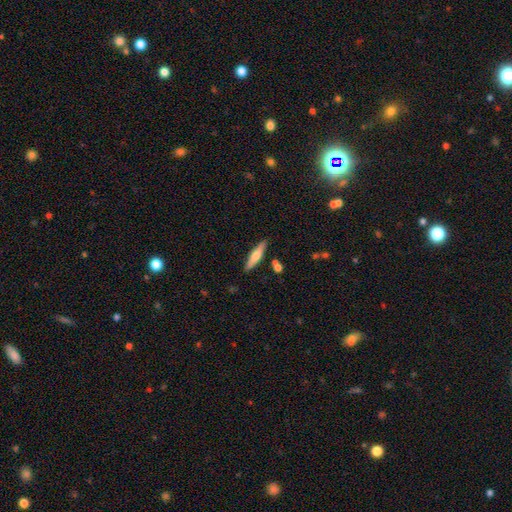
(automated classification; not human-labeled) This appears to be a smooth galaxy with no disk features (51%) that is cigar-shaped (84%). Merging: none (85%).